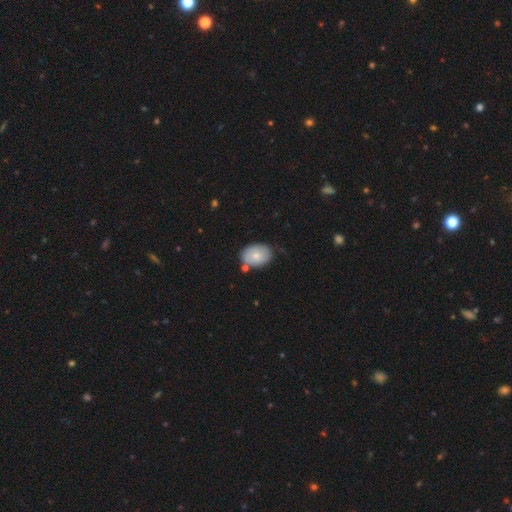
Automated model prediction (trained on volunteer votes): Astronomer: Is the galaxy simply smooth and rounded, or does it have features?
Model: smooth — 76%.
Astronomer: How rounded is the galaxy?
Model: in between — 78%.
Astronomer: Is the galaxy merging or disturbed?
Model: none — 70%.